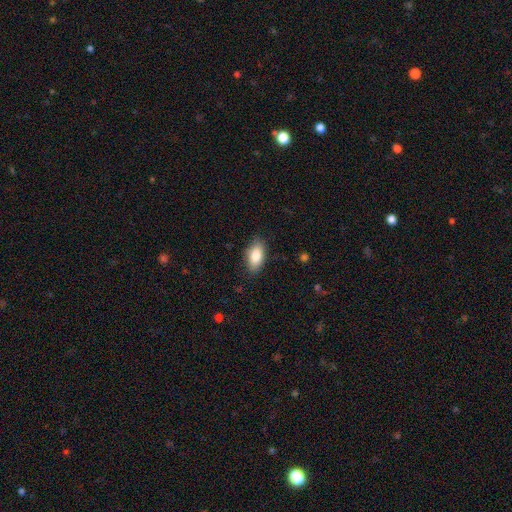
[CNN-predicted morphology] smooth-or-featured: smooth: 86% | featured or disk: 8% | star or artifact: 7%
  how-rounded: in between: 91% | cigar-shaped: 5% | round: 4%
  merging: none: 84% | minor disturbance: 12% | major disturbance: 3% | merger: 1%